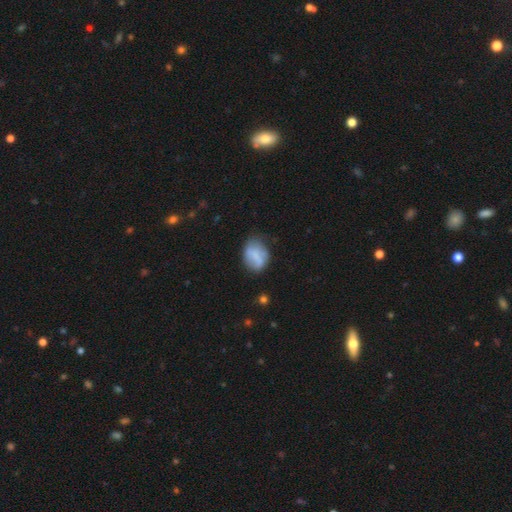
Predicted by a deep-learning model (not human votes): smooth 67%, featured or disk 24%, star or artifact 8%. Down the decision tree: how rounded — in between (71%); merging — none (54%).